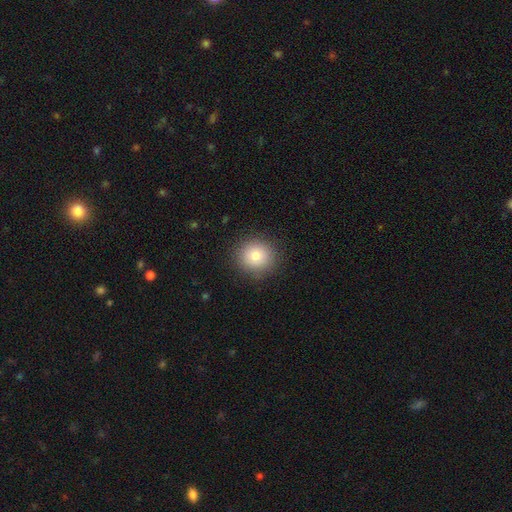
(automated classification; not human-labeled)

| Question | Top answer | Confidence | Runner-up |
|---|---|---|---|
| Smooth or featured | smooth | 79% | star or artifact (11%) |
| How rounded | round | 92% | in between (7%) |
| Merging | none | 90% | minor disturbance (7%) |